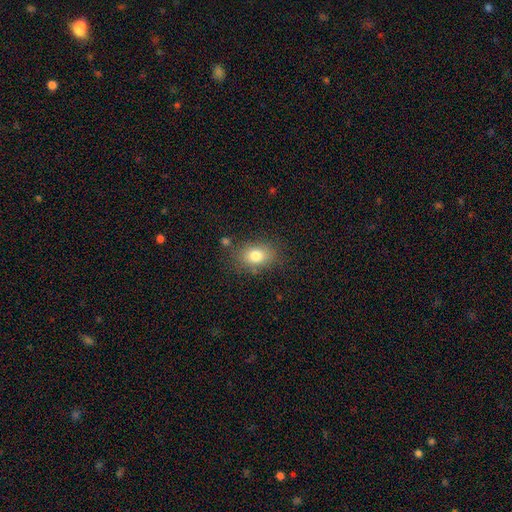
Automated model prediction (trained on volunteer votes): The model was most divided on "how rounded": in between: 73%, round: 25%, cigar-shaped: 1%. More confident: smooth or featured — smooth (79%); merging — none (78%).